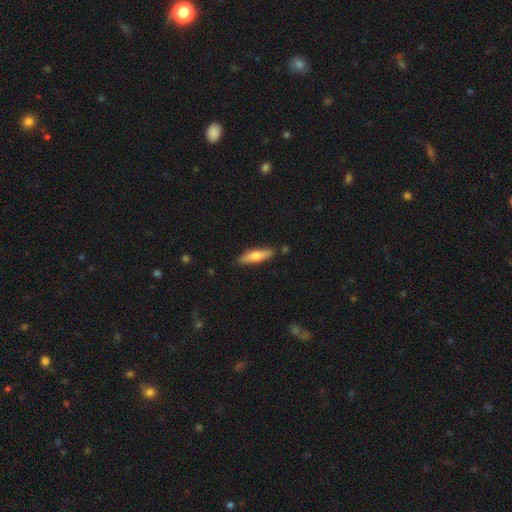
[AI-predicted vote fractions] Morphology: type=smooth (62%); roundness=cigar-shaped (75%); merging=none (84%).